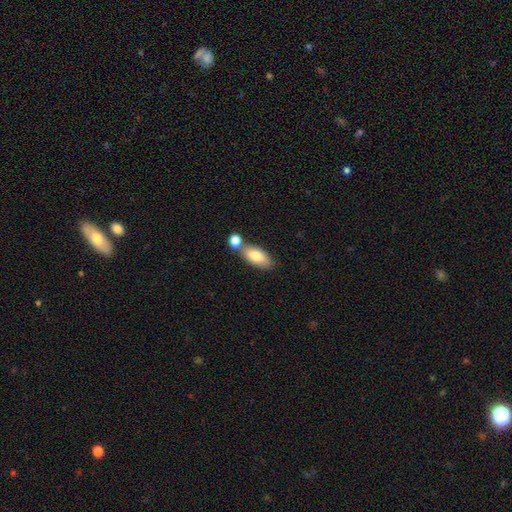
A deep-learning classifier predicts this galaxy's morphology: Overall: smooth (78%). How rounded: in between (87%). Merging: none (55%; merger 29%).